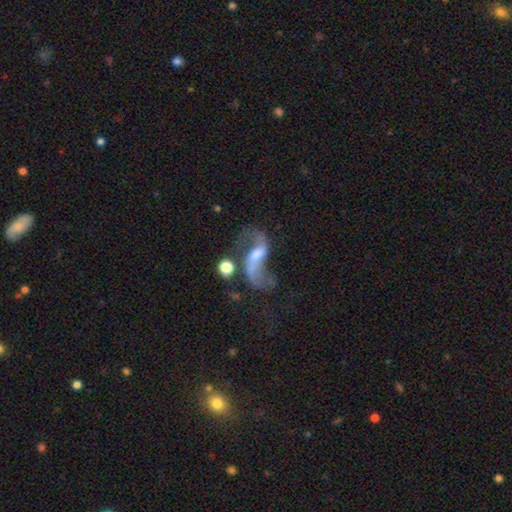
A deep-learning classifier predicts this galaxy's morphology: smooth_or_featured: featured or disk (p=0.82) [alt: smooth p=0.10]
disk_edge_on: no (p=0.96) [alt: yes p=0.04]
bar: weak (p=0.45) [alt: strong p=0.29]
has_spiral_arms: yes (p=0.92) [alt: no p=0.08]
spiral_winding: loose (p=0.86) [alt: medium p=0.11]
spiral_arm_count: 2 (p=0.90) [alt: 1 p=0.05]
bulge_size: moderate (p=0.38) [alt: small p=0.34]
merging: none (p=0.46) [alt: major disturbance p=0.24]